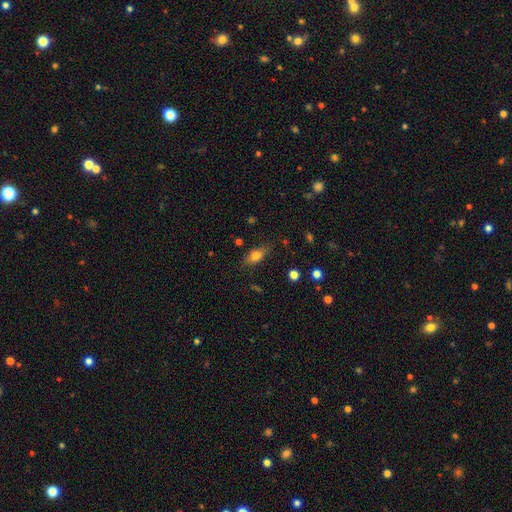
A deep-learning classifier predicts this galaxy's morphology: Smooth or featured? Predicted: smooth (p=0.76). How rounded? Predicted: in between (p=0.79). Merging? Predicted: none (p=0.76).